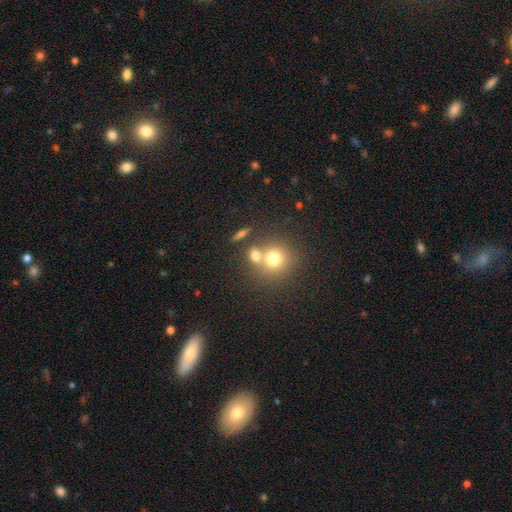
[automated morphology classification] This appears to be a smooth galaxy with no disk features (72%) that is round (79%). Merging: none (49%).